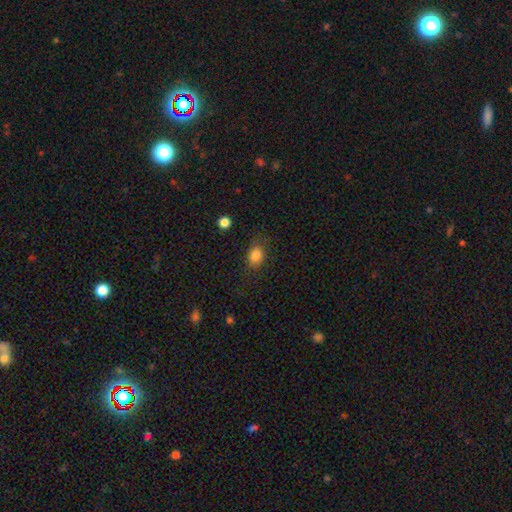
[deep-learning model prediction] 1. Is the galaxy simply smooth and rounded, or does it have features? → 84% smooth, 10% star or artifact, 6% featured or disk.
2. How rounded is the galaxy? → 67% in between, 32% round, 1% cigar-shaped.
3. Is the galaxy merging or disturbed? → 79% none, 15% minor disturbance, 5% major disturbance, 2% merger.